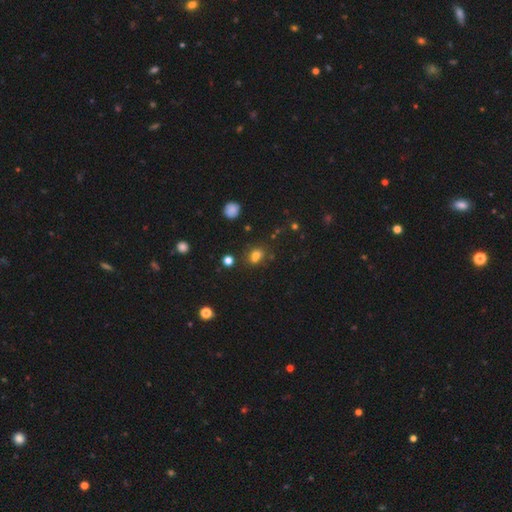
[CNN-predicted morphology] The model was most divided on "how rounded": in between: 54%, round: 44%, cigar-shaped: 2%. More confident: smooth or featured — smooth (72%); merging — none (64%).